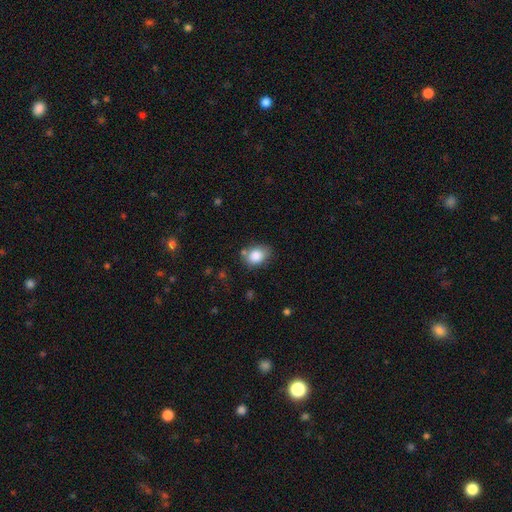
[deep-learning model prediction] This is clearly a smooth galaxy (85%). How rounded: likely in between (63%). Merging: likely none (67%).